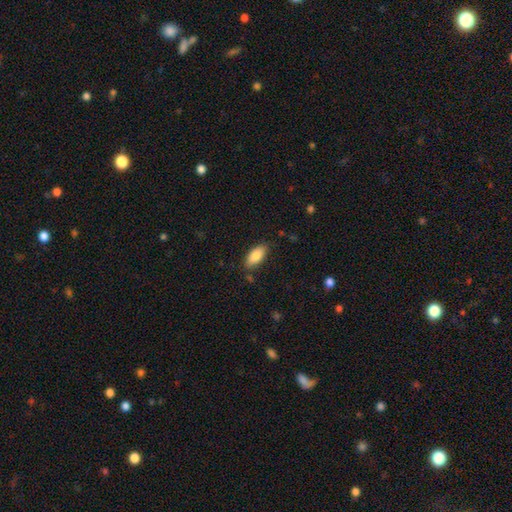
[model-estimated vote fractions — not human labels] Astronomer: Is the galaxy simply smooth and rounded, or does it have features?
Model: smooth — 86%.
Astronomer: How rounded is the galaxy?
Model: in between — 87%.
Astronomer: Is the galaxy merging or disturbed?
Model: none — 82%.